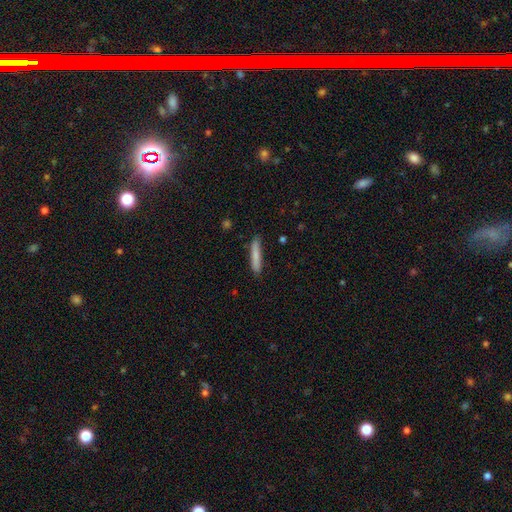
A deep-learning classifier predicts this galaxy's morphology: smooth_or_featured: smooth (p=0.81) [alt: featured or disk p=0.13]
how_rounded: cigar-shaped (p=0.91) [alt: in between p=0.08]
merging: none (p=0.86) [alt: minor disturbance p=0.11]